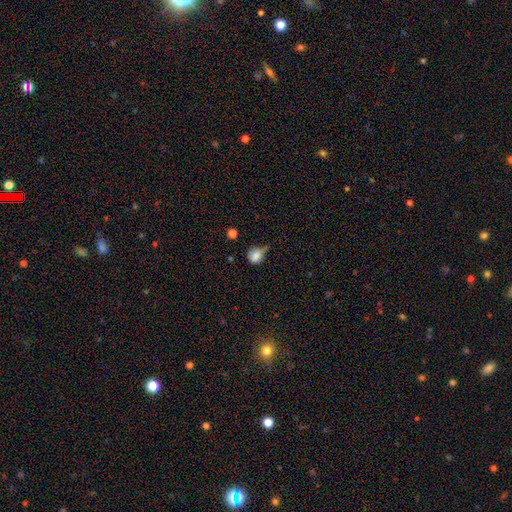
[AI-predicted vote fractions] Morphology: type=smooth (80%); roundness=round (68%); merging=minor disturbance (41%).